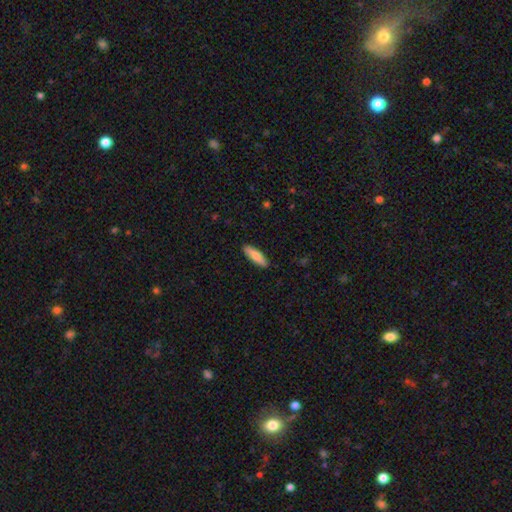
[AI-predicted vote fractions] Smooth or featured: smooth — 81% (featured or disk — 14%)
How rounded: cigar-shaped — 61% (in between — 37%)
Merging: none — 89% (minor disturbance — 8%)